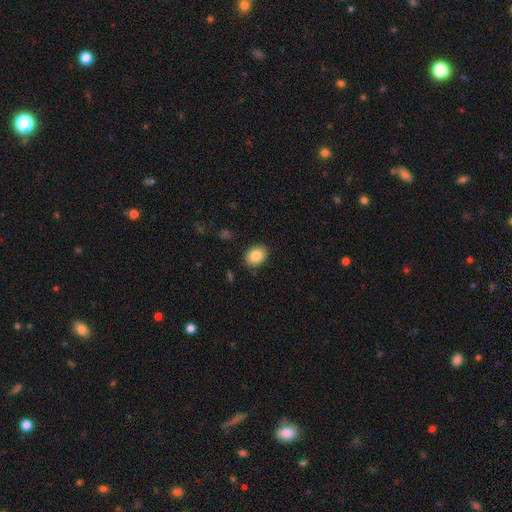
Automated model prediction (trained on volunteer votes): Overall: smooth (86%). How rounded: in between (66%; round 33%). Merging: none (87%).